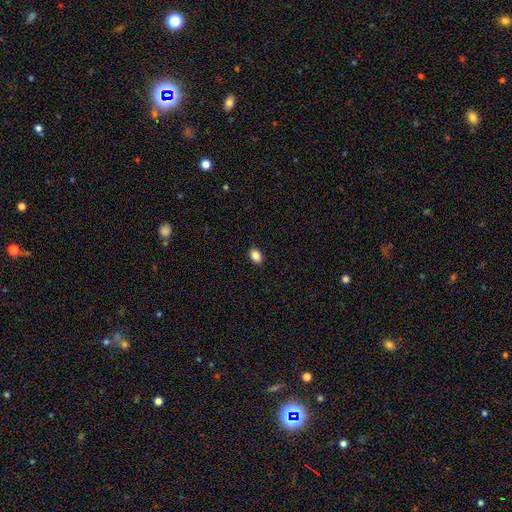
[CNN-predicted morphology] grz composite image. It shows a smooth galaxy with no disk features (87%) that is in between round and cigar-shaped (82%). Merging: none (90%).